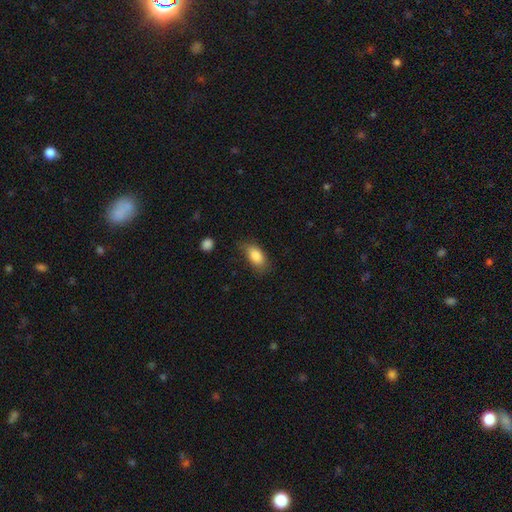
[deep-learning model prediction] smooth-or-featured: smooth: 84% | featured or disk: 9% | star or artifact: 7%
  how-rounded: in between: 90% | cigar-shaped: 5% | round: 5%
  merging: none: 68% | minor disturbance: 23% | major disturbance: 7% | merger: 2%